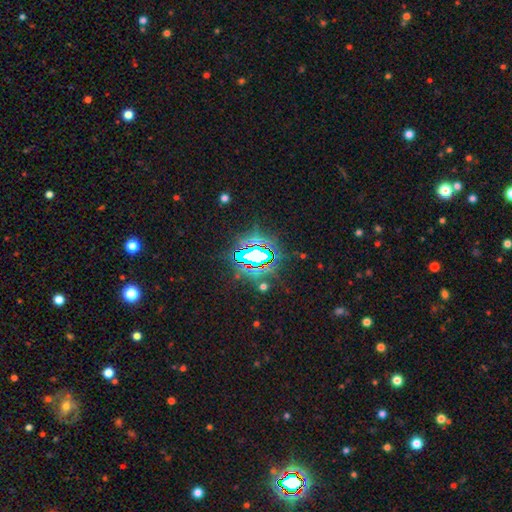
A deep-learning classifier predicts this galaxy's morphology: Overall: star or artifact (75%).